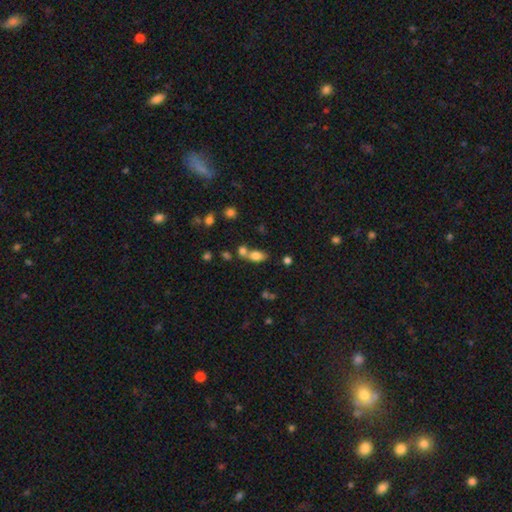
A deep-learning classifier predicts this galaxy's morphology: Smooth or featured? Predicted: smooth (p=0.78). How rounded? Predicted: in between (p=0.85). Merging? Predicted: none (p=0.46).